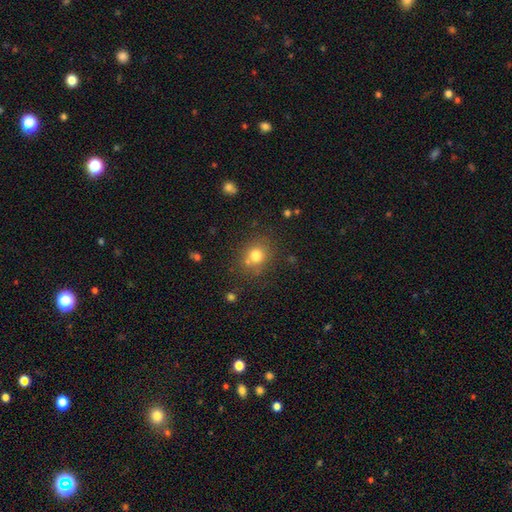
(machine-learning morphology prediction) A smooth galaxy with no disk features (77%) that is round (76%). Merging: none (71%).